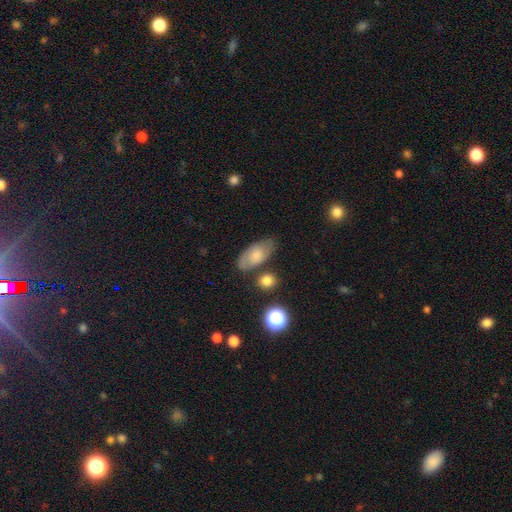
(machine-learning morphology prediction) A smooth galaxy with no disk features (62%) that is in between round and cigar-shaped (90%).

Vote fractions:
- Smooth or featured? smooth: 62% / featured or disk: 30% / star or artifact: 9%
- How rounded? in between: 90% / round: 5% / cigar-shaped: 5%
- Merging? none: 68% / minor disturbance: 19% / merger: 7% / major disturbance: 6%